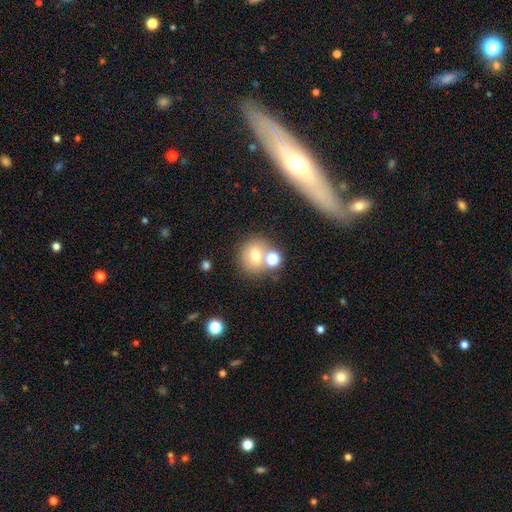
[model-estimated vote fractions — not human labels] A smooth galaxy with no disk features (70%) that is round (84%). Merging: none (60%).